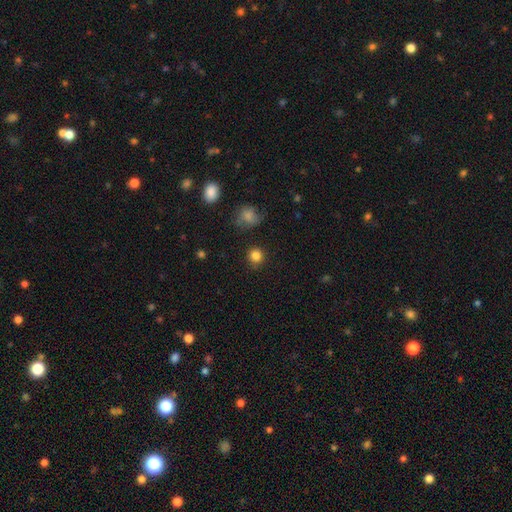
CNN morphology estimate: type=smooth (84%); roundness=round (91%); merging=none (87%).